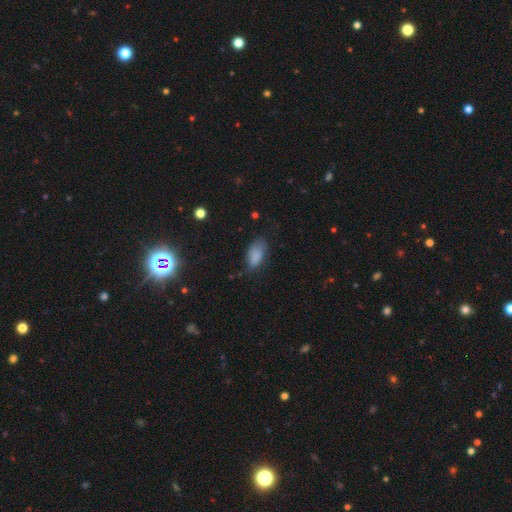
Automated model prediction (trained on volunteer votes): Overall: smooth (85%). How rounded: in between (92%). Merging: none (61%; minor disturbance 29%).